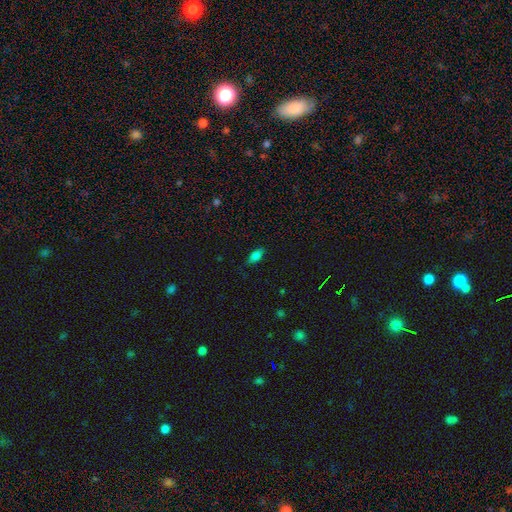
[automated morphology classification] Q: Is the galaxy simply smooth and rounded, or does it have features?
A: smooth — 80%.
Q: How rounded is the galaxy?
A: in between — 87%.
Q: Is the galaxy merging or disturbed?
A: none — 79%.